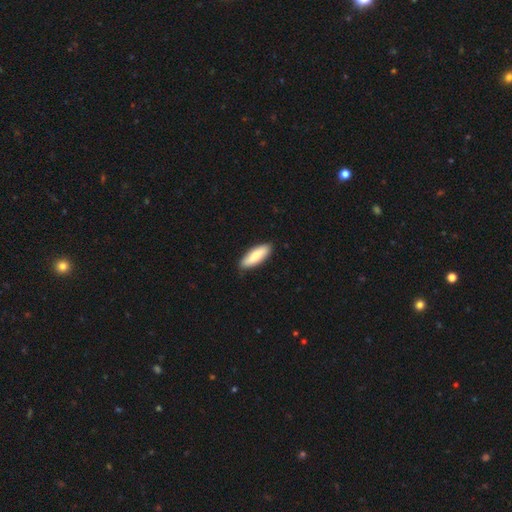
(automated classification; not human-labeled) The model was most divided on "how rounded": in between: 56%, cigar-shaped: 42%, round: 2%. More confident: merging — none (87%); smooth or featured — smooth (77%).